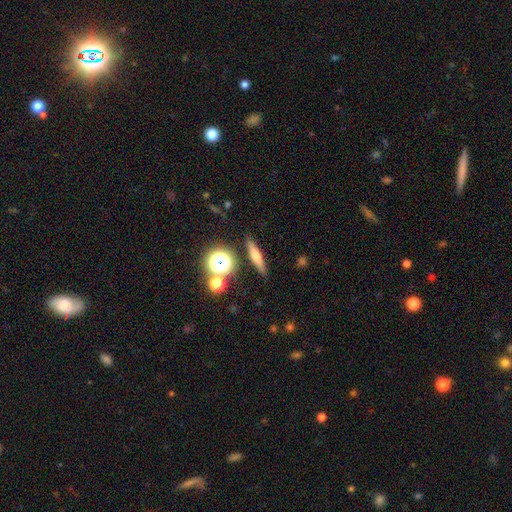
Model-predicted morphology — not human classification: This is possibly a smooth galaxy (49%). Merging: clearly none (85%).